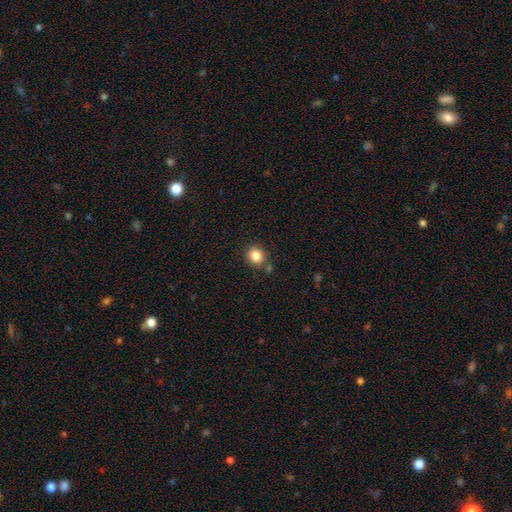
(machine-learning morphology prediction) type=smooth (84%); roundness=round (77%); merging=none (80%).